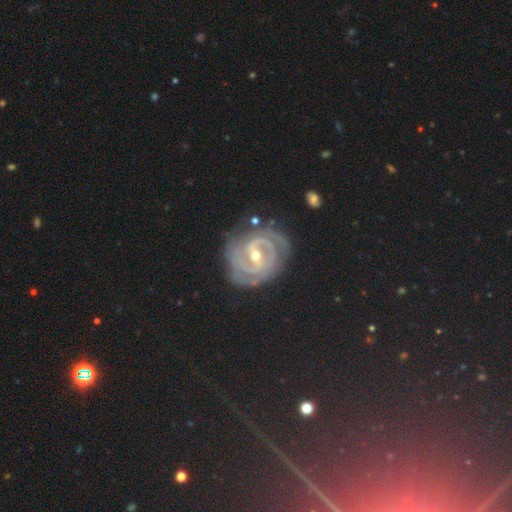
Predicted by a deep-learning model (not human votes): A featured or disk galaxy (85%) with a weak bar (44%), 2 (44%) tight (72%) spiral arms (97%) and a small central bulge (50%).

Vote fractions:
- Smooth or featured? featured or disk: 85% / star or artifact: 9% / smooth: 5%
- Edge-on disk? no: 97% / yes: 3%
- Bar? weak: 44% / strong: 37% / no: 19%
- Spiral arms? yes: 97% / no: 3%
- Spiral winding? tight: 72% / medium: 23% / loose: 5%
- Spiral arm count? 2: 44% / 3: 19% / can't tell: 17% / 4: 8% / more than 4: 6% / 1: 6%
- Bulge size? small: 50% / moderate: 47% / large: 1% / none: 1% / dominant: 1%
- Merging? none: 77% / minor disturbance: 16% / major disturbance: 6% / merger: 2%